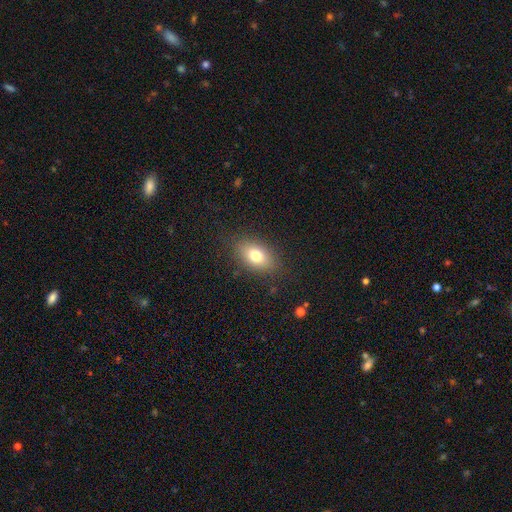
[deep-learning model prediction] Smooth or featured: smooth — 75% (featured or disk — 14%)
How rounded: in between — 85% (round — 12%)
Merging: none — 84% (minor disturbance — 11%)